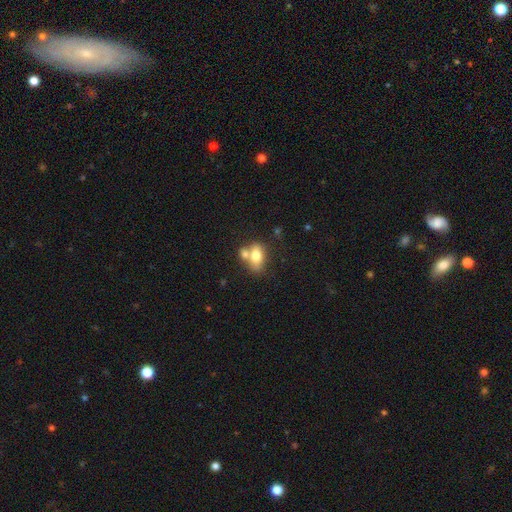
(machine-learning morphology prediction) A smooth galaxy with no disk features (74%) that is in between round and cigar-shaped (84%).

Vote fractions:
- Smooth or featured? smooth: 74% / featured or disk: 18% / star or artifact: 8%
- How rounded? in between: 84% / round: 13% / cigar-shaped: 3%
- Merging? merger: 45% / none: 37% / minor disturbance: 13% / major disturbance: 6%